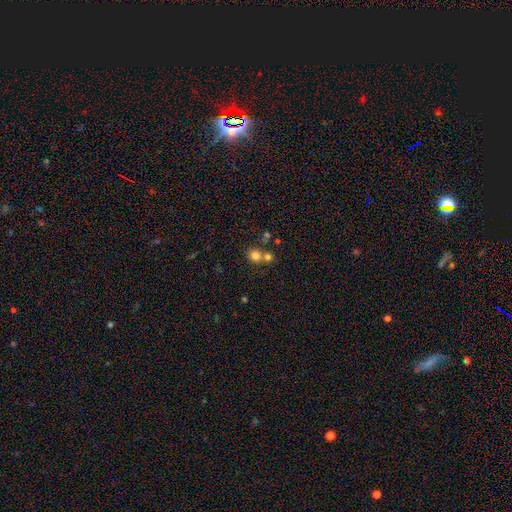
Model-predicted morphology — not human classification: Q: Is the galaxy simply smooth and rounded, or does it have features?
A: smooth — 77%.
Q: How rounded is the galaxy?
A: round — 87%.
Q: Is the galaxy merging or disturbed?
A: none — 54%.